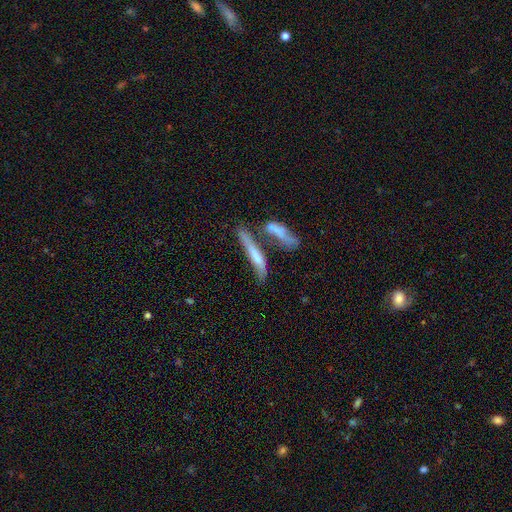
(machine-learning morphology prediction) Overall: smooth (52%; featured or disk 40%). How rounded: cigar-shaped (85%). Merging: none (39%; merger 37%).